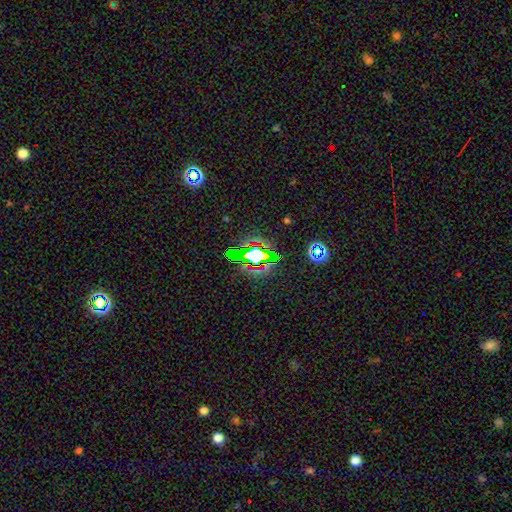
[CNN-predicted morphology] Smooth or featured? Predicted: star or artifact (p=0.61).